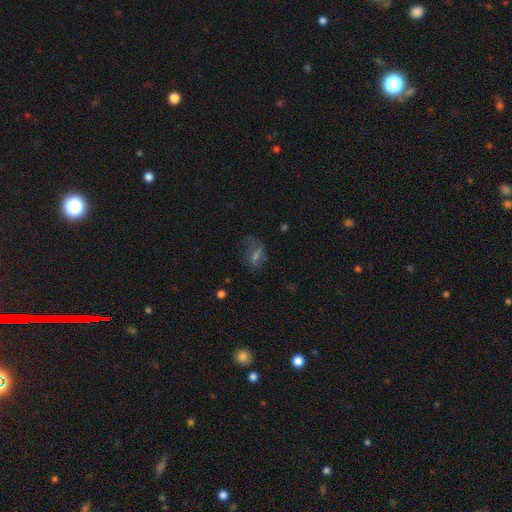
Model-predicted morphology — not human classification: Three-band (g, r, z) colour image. It shows a featured or disk galaxy (41%). Merging: none (53%).